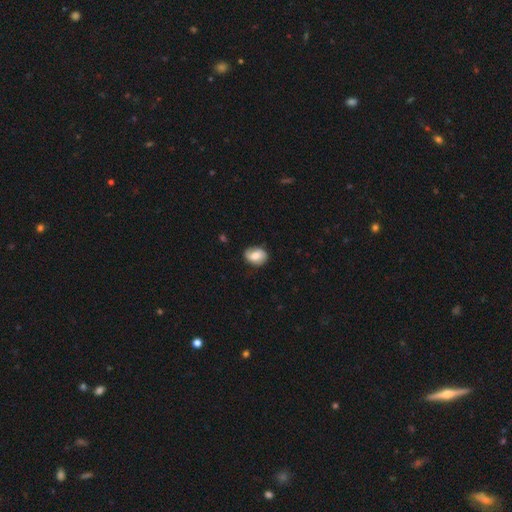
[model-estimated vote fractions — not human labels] Q: Smooth or featured?
A: smooth (60%); runner-up: featured or disk (32%)
Q: How rounded?
A: in between (59%); runner-up: round (40%)
Q: Merging?
A: none (75%); runner-up: minor disturbance (20%)